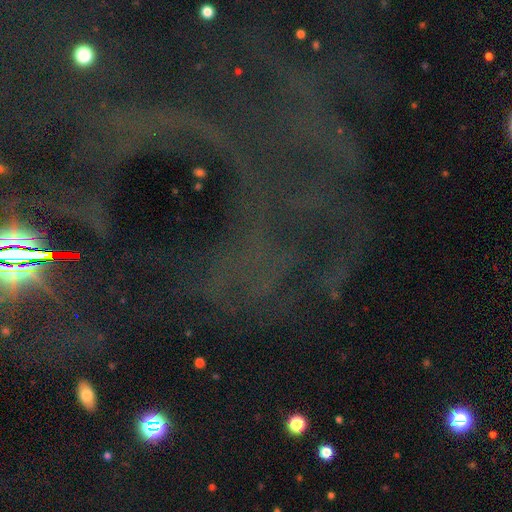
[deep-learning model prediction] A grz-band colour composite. It shows a star or artifact, not a galaxy (71%).